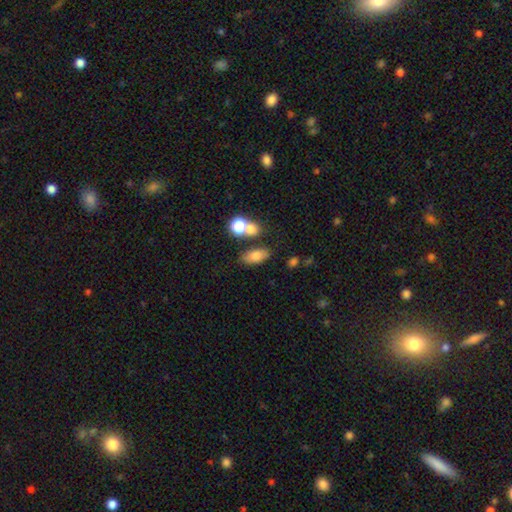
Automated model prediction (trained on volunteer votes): smooth 76%, featured or disk 12%, star or artifact 12%. Down the decision tree: how rounded — in between (82%); merging — none (68%).